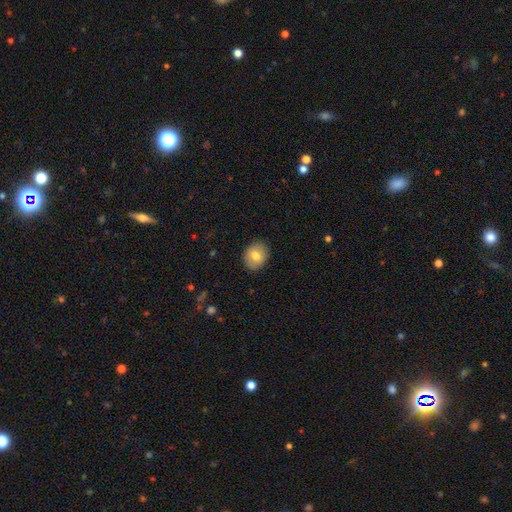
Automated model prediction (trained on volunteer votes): Smooth or featured: smooth — 74% (featured or disk — 18%)
How rounded: round — 55% (in between — 44%)
Merging: none — 88% (minor disturbance — 9%)